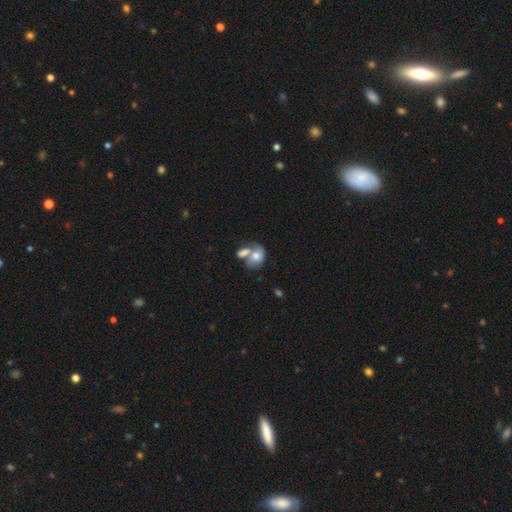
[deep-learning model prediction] This is possibly a smooth galaxy (59%). How rounded: likely in between (68%). Merging: likely merger (64%).